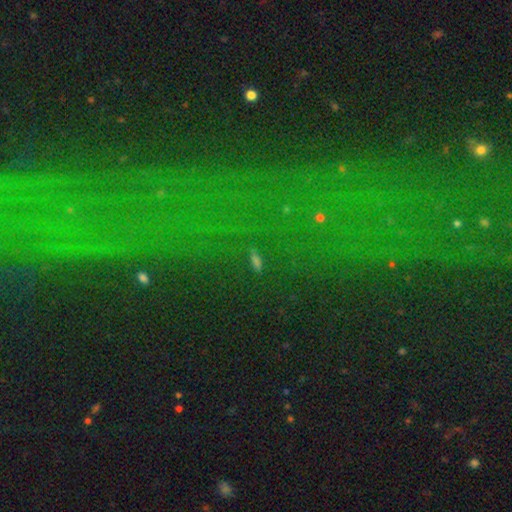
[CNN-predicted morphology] Smooth or featured: star or artifact — 75% (smooth — 14%)